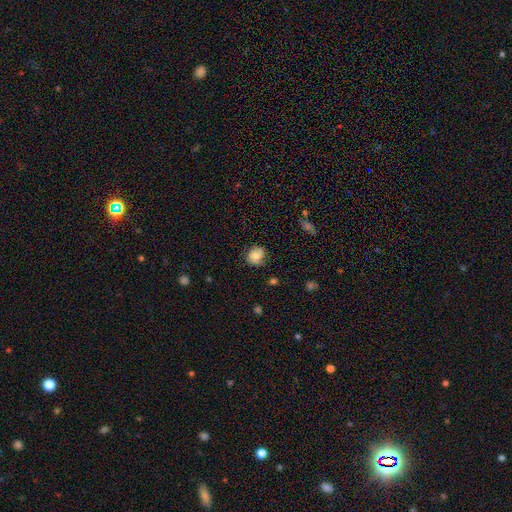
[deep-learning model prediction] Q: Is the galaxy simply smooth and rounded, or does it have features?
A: smooth — 73%.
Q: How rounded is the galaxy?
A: round — 67%.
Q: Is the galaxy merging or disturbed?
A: none — 66%.